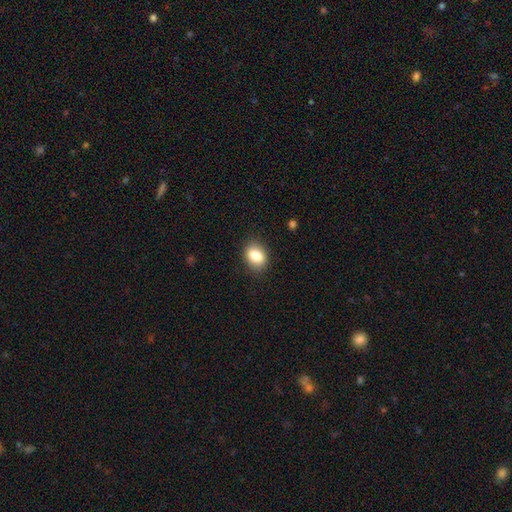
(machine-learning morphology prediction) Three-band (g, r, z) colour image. It shows a smooth galaxy with no disk features (84%) that is in between round and cigar-shaped (71%). Merging: none (85%).